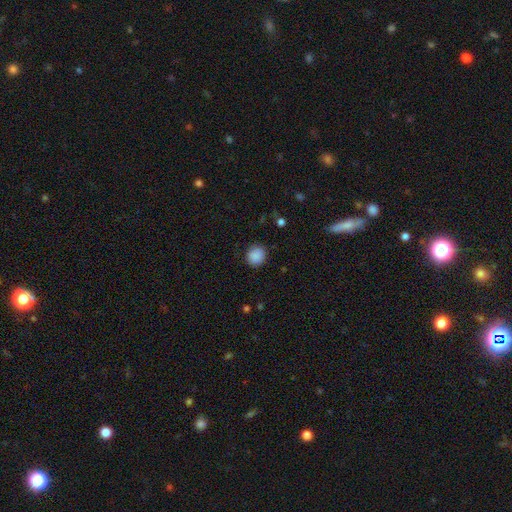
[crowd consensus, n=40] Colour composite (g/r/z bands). It shows a smooth galaxy with no disk features (98%) that is round (87%). Merging: none (85%).